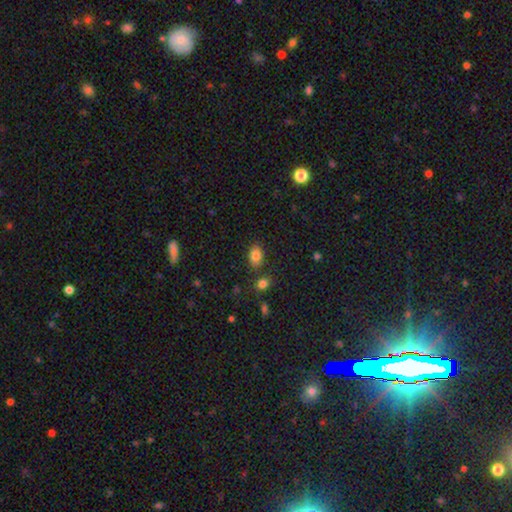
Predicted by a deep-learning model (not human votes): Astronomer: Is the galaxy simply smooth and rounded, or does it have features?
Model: smooth — 83%.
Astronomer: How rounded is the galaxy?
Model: in between — 85%.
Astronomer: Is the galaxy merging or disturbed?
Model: none — 80%.